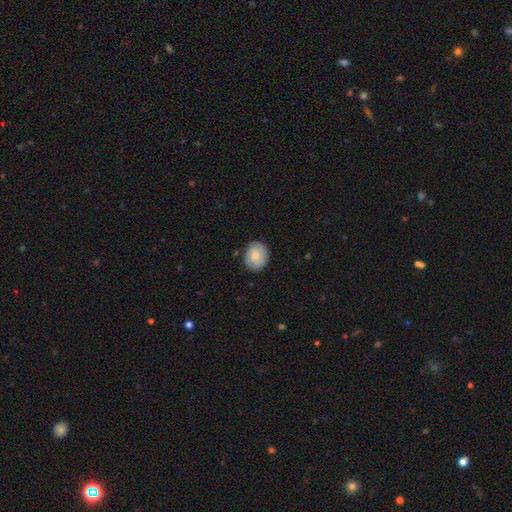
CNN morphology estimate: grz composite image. It shows a smooth galaxy with no disk features (72%) that is round (62%). Merging: none (84%).